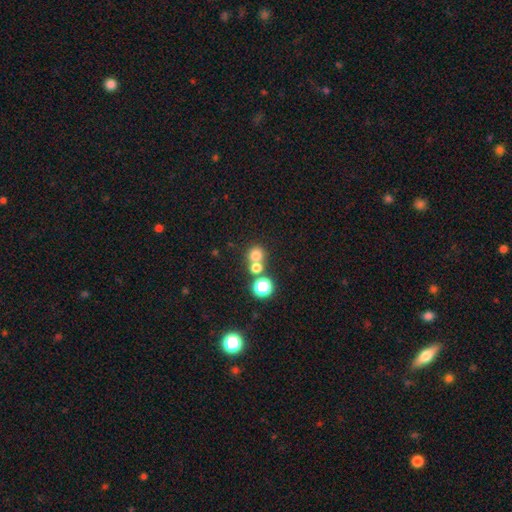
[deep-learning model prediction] Smooth or featured: smooth — 73% (star or artifact — 18%)
How rounded: round — 88% (in between — 11%)
Merging: none — 55% (merger — 35%)